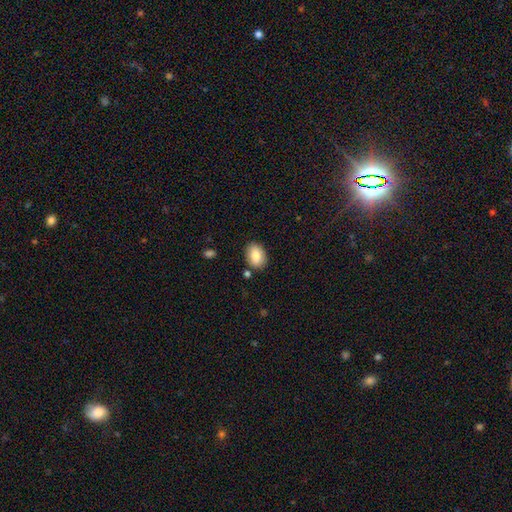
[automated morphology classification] Smooth or featured?
  - smooth: 83% *
  - featured or disk: 10%
  - star or artifact: 7%
How rounded?
  - in between: 79% *
  - round: 20%
  - cigar-shaped: 1%
Merging?
  - none: 83% *
  - minor disturbance: 11%
  - merger: 4%
  - major disturbance: 2%